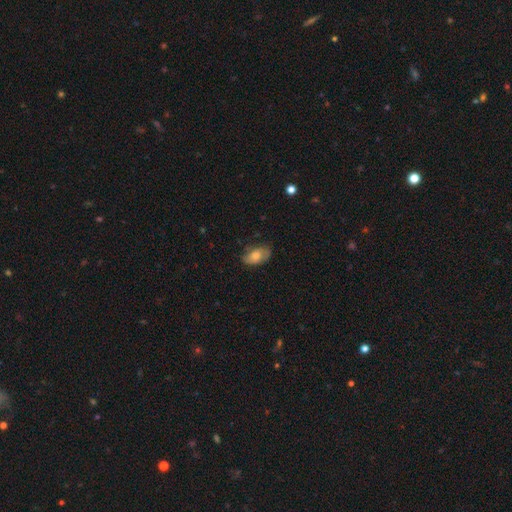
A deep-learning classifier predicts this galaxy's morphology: smooth-or-featured: smooth: 62% | featured or disk: 30% | star or artifact: 8%
  how-rounded: in between: 90% | round: 8% | cigar-shaped: 2%
  merging: none: 70% | minor disturbance: 23% | major disturbance: 6% | merger: 1%